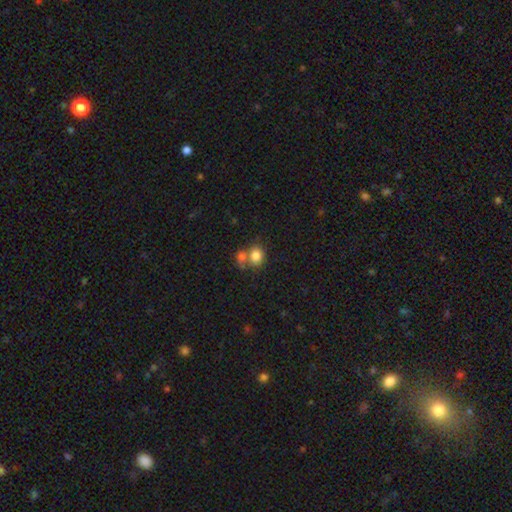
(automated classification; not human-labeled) smooth_or_featured: smooth (p=0.81) [alt: featured or disk p=0.10]
how_rounded: round (p=0.64) [alt: in between p=0.35]
merging: merger (p=0.44) [alt: none p=0.41]